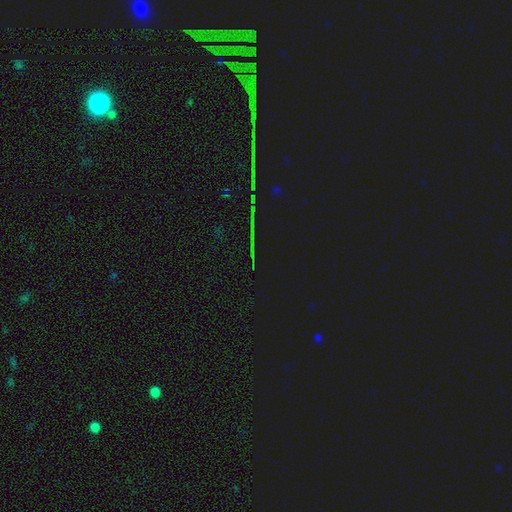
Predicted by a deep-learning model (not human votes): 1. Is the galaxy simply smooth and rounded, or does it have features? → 85% star or artifact, 8% featured or disk, 7% smooth.